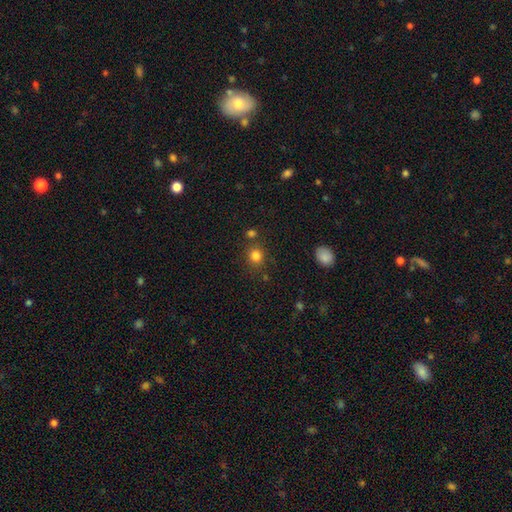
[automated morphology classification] smooth 81%, star or artifact 13%, featured or disk 5%. Down the decision tree: how rounded — round (81%); merging — none (77%).